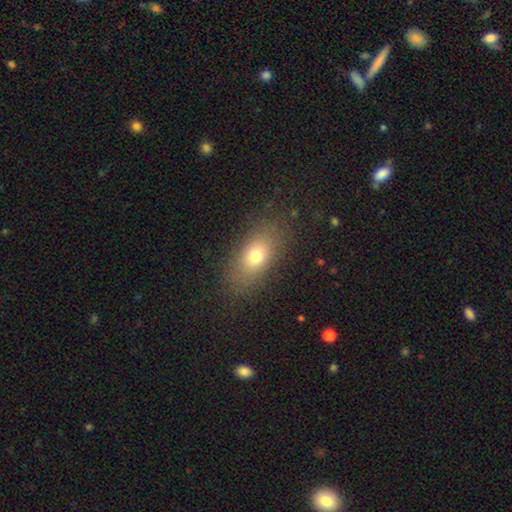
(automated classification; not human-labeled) Morphology: type=smooth (72%); roundness=in between (82%); merging=none (82%).